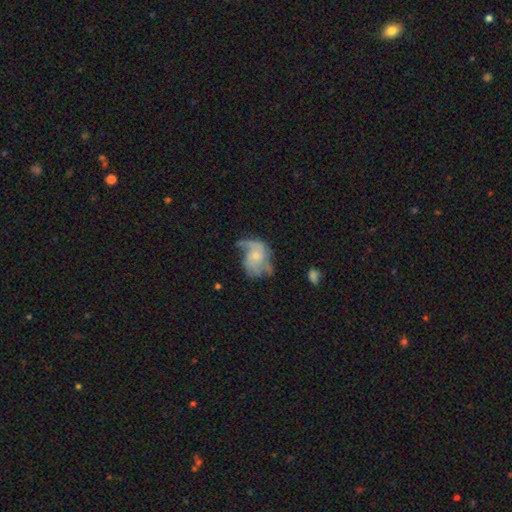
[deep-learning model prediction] smooth_or_featured: featured or disk (p=0.69) [alt: smooth p=0.23]
disk_edge_on: no (p=0.97) [alt: yes p=0.03]
bar: no (p=0.74) [alt: weak p=0.23]
has_spiral_arms: yes (p=0.83) [alt: no p=0.17]
spiral_winding: loose (p=0.53) [alt: medium p=0.34]
spiral_arm_count: 2 (p=0.51) [alt: can't tell p=0.17]
bulge_size: small (p=0.59) [alt: moderate p=0.27]
merging: none (p=0.38) [alt: major disturbance p=0.31]